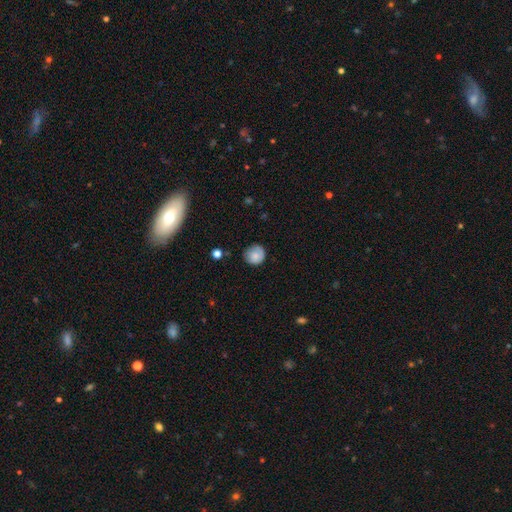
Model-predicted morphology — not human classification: A smooth galaxy with no disk features (77%) that is round (89%). Merging: none (72%).